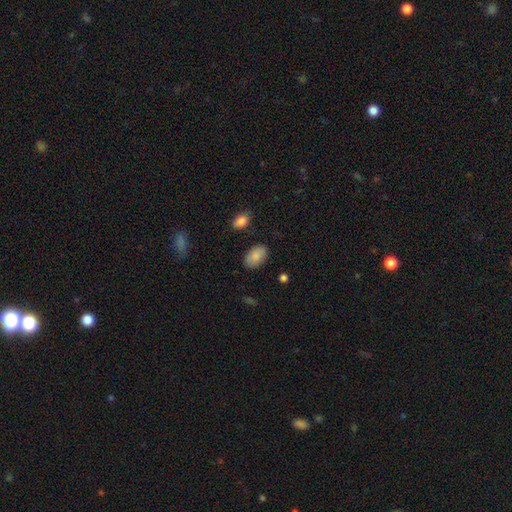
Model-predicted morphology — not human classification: Smooth or featured? Predicted: smooth (p=0.88). How rounded? Predicted: in between (p=0.92). Merging? Predicted: none (p=0.85).